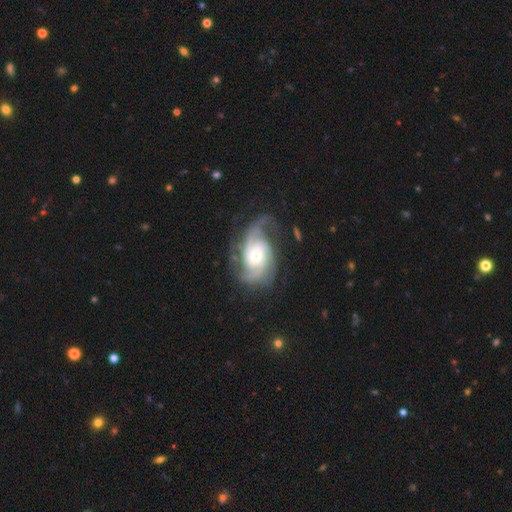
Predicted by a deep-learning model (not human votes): featured or disk 91%, smooth 5%, star or artifact 4%. Down the decision tree: edge-on disk — no (98%); bar — no (66%); spiral arms — yes (98%); spiral arm count — 3 (43%); spiral winding — tight (50%); bulge size — moderate (62%); merging — none (66%).